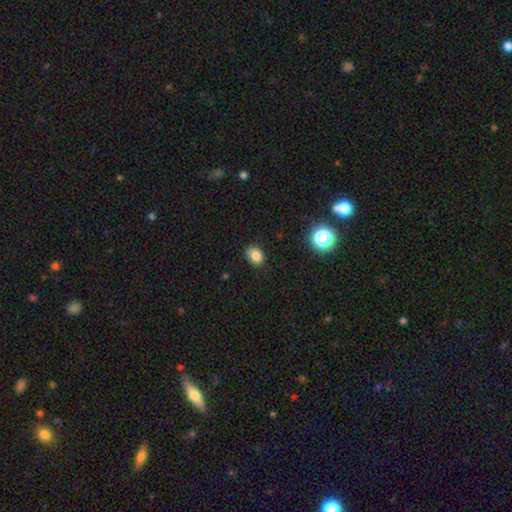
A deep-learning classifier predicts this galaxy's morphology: Smooth or featured? Predicted: smooth (p=0.83). How rounded? Predicted: in between (p=0.63). Merging? Predicted: none (p=0.76).